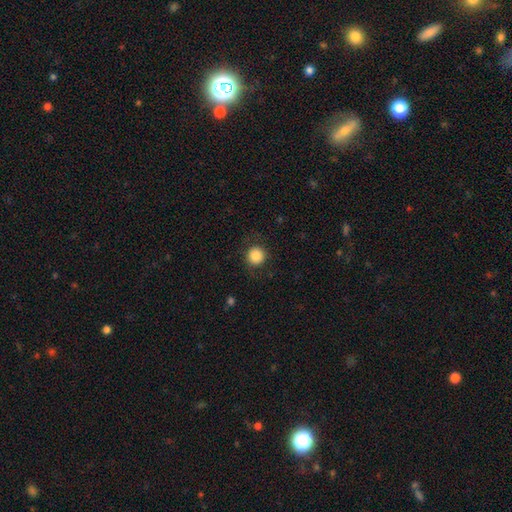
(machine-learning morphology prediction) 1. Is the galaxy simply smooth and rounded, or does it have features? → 85% smooth, 10% star or artifact, 6% featured or disk.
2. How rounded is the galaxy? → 94% round, 5% in between, 1% cigar-shaped.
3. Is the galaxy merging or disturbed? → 87% none, 8% minor disturbance, 4% major disturbance, 1% merger.